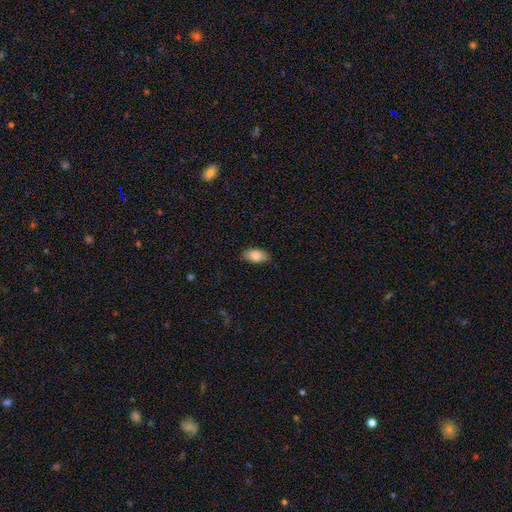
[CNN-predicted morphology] A smooth galaxy with no disk features (85%) that is in between round and cigar-shaped (92%).

Vote fractions:
- Smooth or featured? smooth: 85% / featured or disk: 8% / star or artifact: 7%
- How rounded? in between: 92% / round: 5% / cigar-shaped: 3%
- Merging? none: 82% / minor disturbance: 14% / major disturbance: 3% / merger: 1%